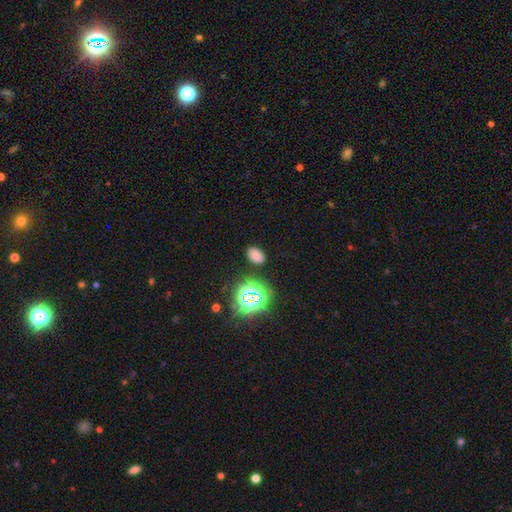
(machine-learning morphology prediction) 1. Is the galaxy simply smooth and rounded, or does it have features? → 68% smooth, 25% star or artifact, 7% featured or disk.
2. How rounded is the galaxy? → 85% in between, 14% round, 1% cigar-shaped.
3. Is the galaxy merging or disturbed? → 85% none, 10% minor disturbance, 3% major disturbance, 2% merger.